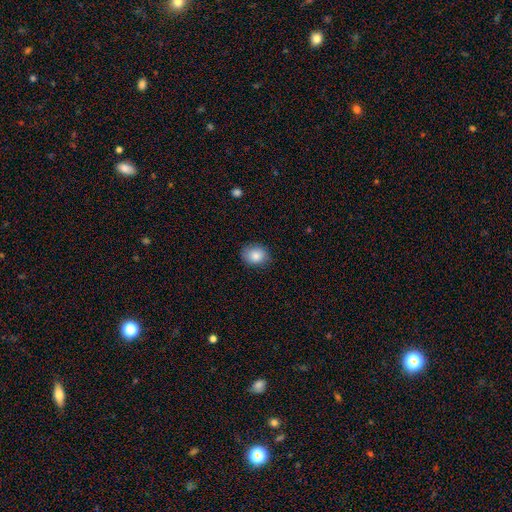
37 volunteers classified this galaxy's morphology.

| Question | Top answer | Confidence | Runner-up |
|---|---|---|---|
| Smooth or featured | smooth | 89% | featured or disk (5%) |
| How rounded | round | 61% | in between (39%) |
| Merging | none | 91% | minor disturbance (6%) |